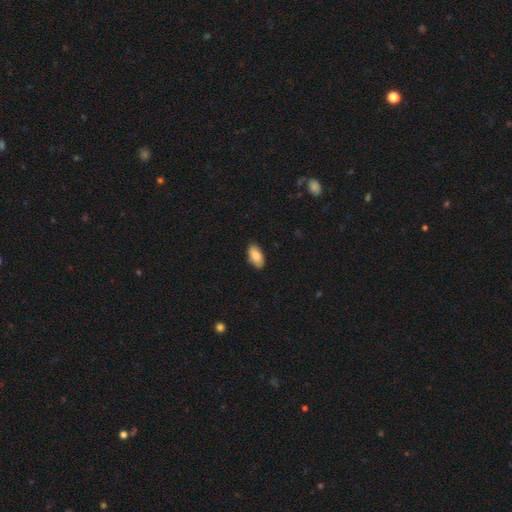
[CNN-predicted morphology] Smooth or featured? smooth (85%)
How rounded? in between (93%)
Merging? none (85%)